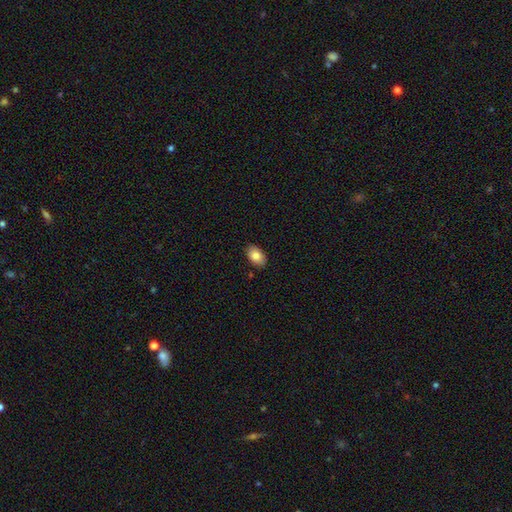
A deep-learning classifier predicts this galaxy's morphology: This appears to be a smooth galaxy with no disk features (84%) that is in between round and cigar-shaped (91%). Merging: none (88%).